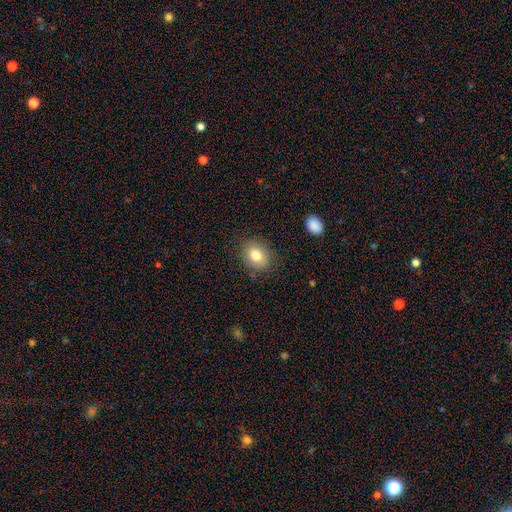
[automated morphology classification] Q: Smooth or featured?
A: smooth (81%); runner-up: featured or disk (10%)
Q: How rounded?
A: round (57%); runner-up: in between (42%)
Q: Merging?
A: none (84%); runner-up: minor disturbance (11%)